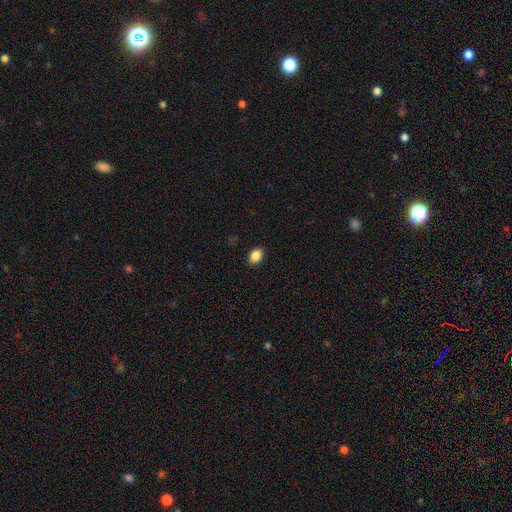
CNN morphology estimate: The model was most divided on "how rounded": in between: 78%, round: 21%, cigar-shaped: 1%. More confident: merging — none (89%); smooth or featured — smooth (87%).